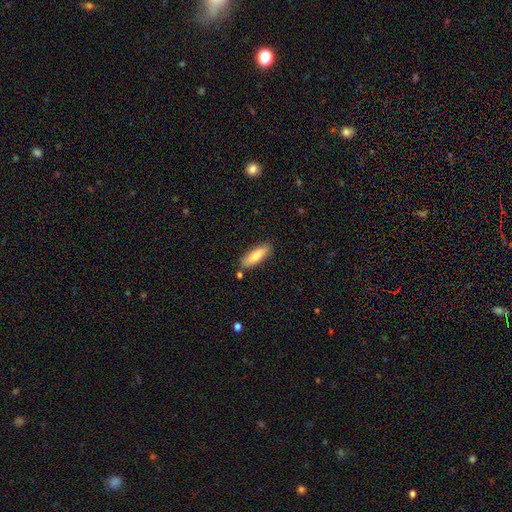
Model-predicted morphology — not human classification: The model was most divided on "how rounded": cigar-shaped: 50%, in between: 48%, round: 2%. More confident: merging — none (84%); smooth or featured — smooth (72%).